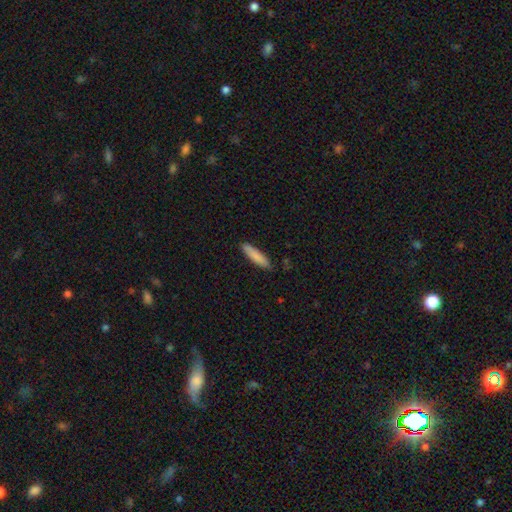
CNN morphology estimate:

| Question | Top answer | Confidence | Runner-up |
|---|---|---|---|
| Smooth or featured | smooth | 84% | featured or disk (10%) |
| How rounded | cigar-shaped | 79% | in between (20%) |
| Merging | none | 85% | minor disturbance (12%) |